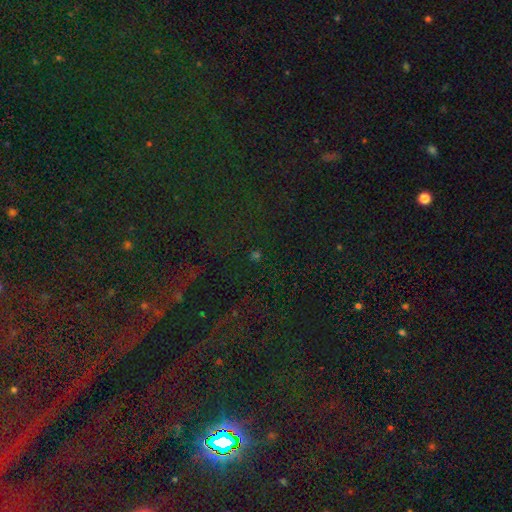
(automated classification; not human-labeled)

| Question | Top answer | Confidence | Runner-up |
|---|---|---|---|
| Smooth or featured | star or artifact | 75% | smooth (18%) |